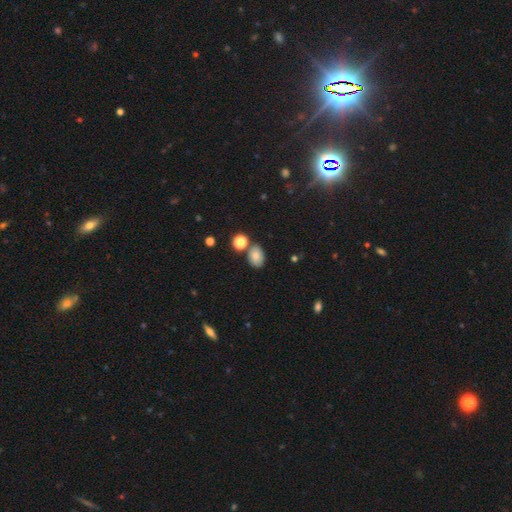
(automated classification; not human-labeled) Morphology: type=smooth (81%); roundness=in between (80%); merging=none (74%).